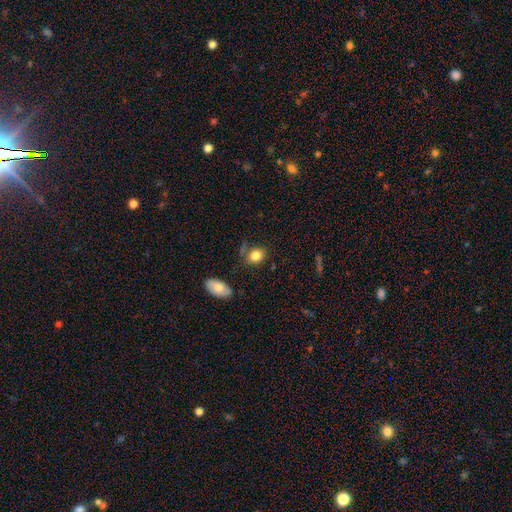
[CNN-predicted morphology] A smooth galaxy with no disk features (83%) that is in between round and cigar-shaped (54%). Merging: none (71%).